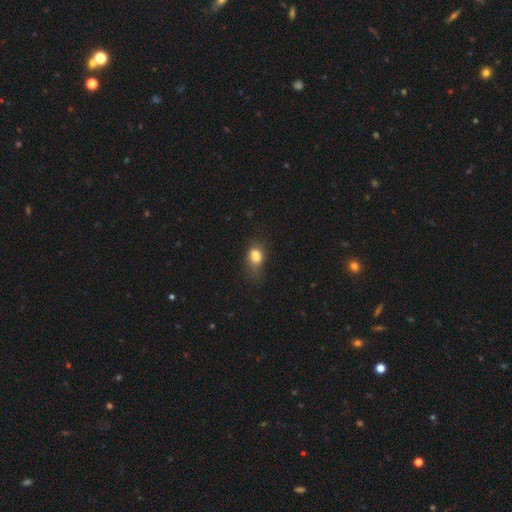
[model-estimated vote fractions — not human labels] smooth-or-featured: smooth: 79% | star or artifact: 11% | featured or disk: 10%
  how-rounded: in between: 68% | round: 30% | cigar-shaped: 3%
  merging: none: 44% | minor disturbance: 34% | major disturbance: 18% | merger: 5%